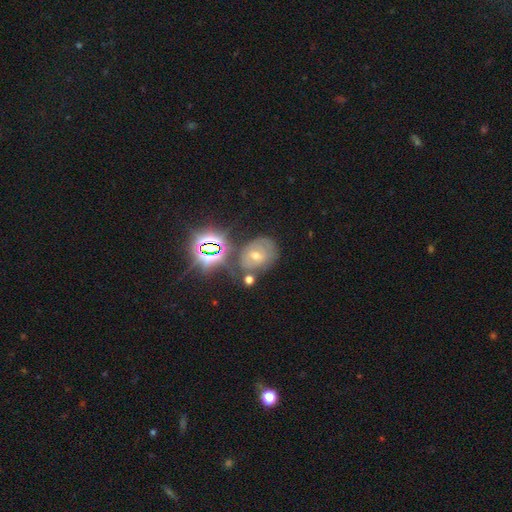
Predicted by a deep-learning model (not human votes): This is marginally a star or artifact rather than a galaxy (41%).